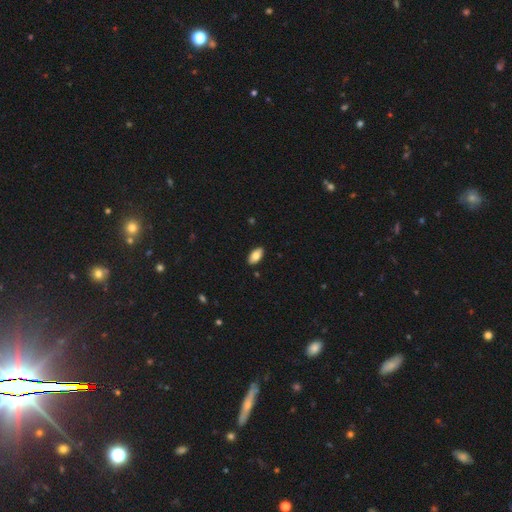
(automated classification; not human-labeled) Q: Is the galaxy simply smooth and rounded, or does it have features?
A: smooth — 81%.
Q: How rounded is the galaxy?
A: in between — 93%.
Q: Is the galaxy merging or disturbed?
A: none — 90%.